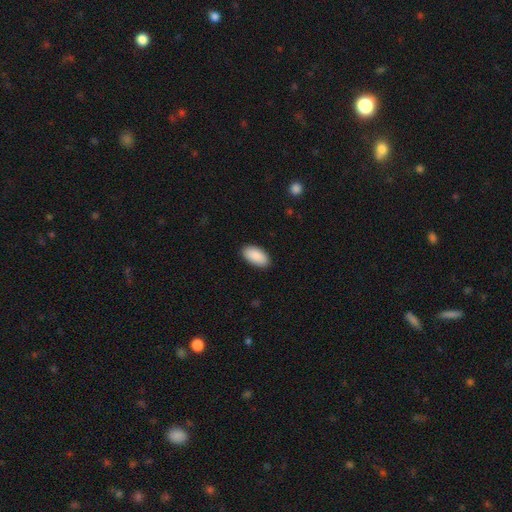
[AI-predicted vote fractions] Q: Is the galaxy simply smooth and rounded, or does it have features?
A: smooth — 91%.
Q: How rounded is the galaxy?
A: in between — 96%.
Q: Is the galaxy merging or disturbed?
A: none — 89%.